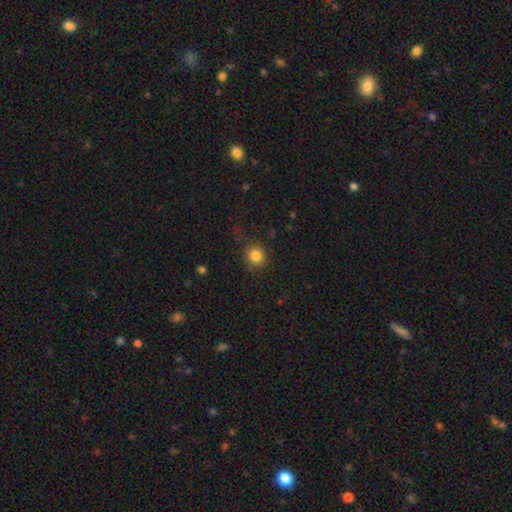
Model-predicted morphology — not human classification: Q: Smooth or featured?
A: smooth (84%); runner-up: star or artifact (11%)
Q: How rounded?
A: round (90%); runner-up: in between (9%)
Q: Merging?
A: none (78%); runner-up: minor disturbance (14%)